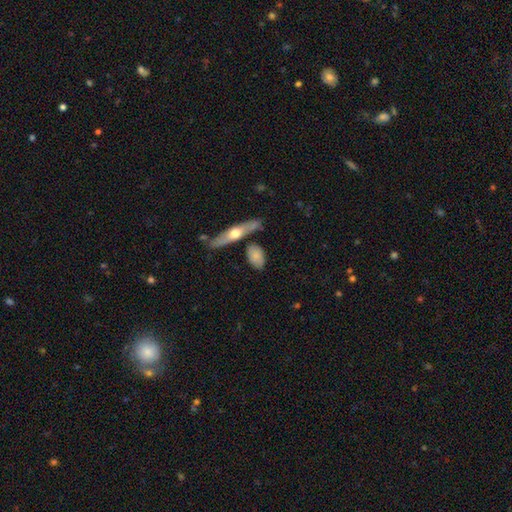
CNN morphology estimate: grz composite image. It shows a smooth galaxy with no disk features (70%) that is in between round and cigar-shaped (79%). Merging: none (67%).